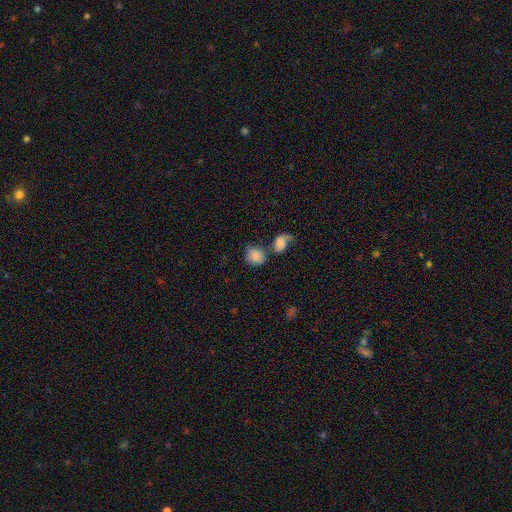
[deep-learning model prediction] smooth_or_featured: smooth (p=0.80) [alt: featured or disk p=0.11]
how_rounded: round (p=0.69) [alt: in between p=0.30]
merging: none (p=0.41) [alt: merger p=0.33]